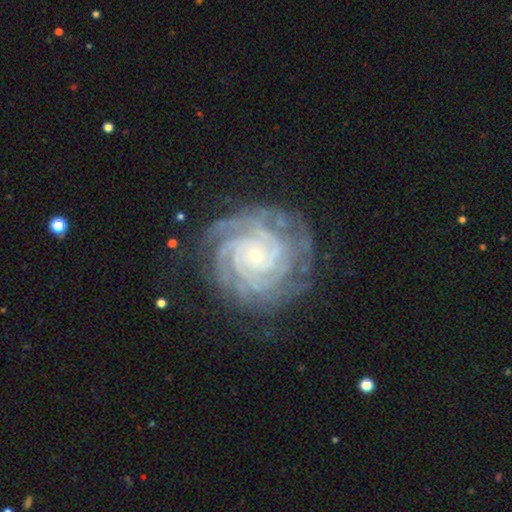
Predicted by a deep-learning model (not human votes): Smooth or featured: featured or disk — 90% (star or artifact — 6%)
Edge-on disk: no — 98% (yes — 2%)
Bar: no — 77% (weak — 16%)
Spiral arms: yes — 98% (no — 2%)
Spiral winding: tight — 83% (medium — 15%)
Spiral arm count: 4 — 29% (3 — 18%)
Bulge size: small — 84% (moderate — 12%)
Merging: none — 78% (minor disturbance — 16%)